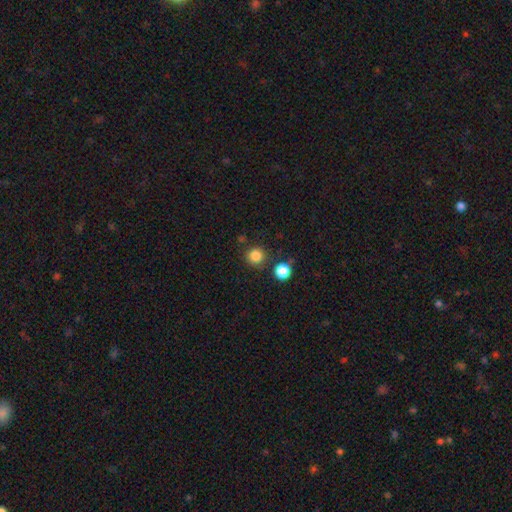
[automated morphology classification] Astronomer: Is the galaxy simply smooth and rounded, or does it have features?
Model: smooth — 84%.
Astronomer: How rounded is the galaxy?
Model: round — 94%.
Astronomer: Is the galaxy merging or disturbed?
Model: none — 84%.